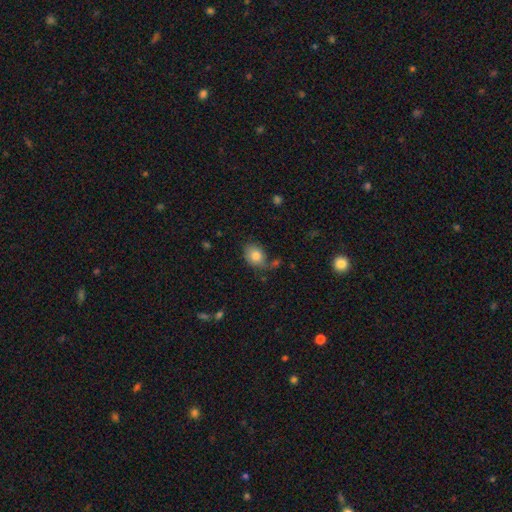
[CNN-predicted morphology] This appears to be a smooth galaxy with no disk features (81%) that is in between round and cigar-shaped (60%). Merging: none (58%).